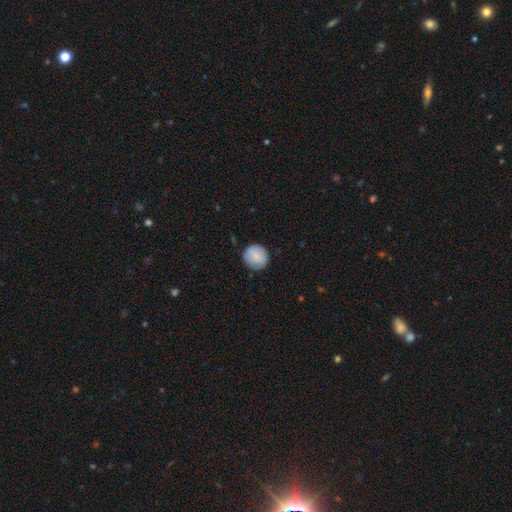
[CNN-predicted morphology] type=smooth (83%); roundness=round (93%); merging=none (84%).